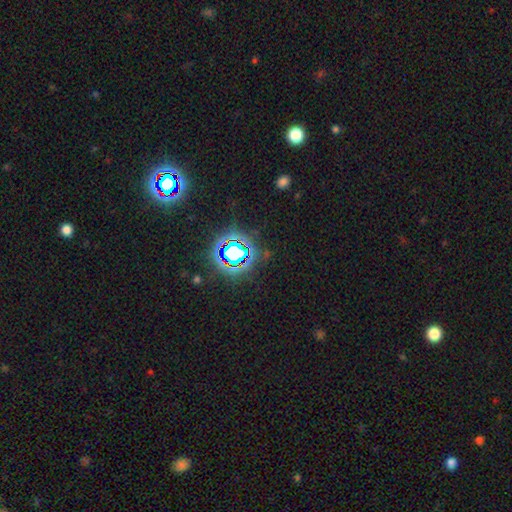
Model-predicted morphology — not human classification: smooth_or_featured: star or artifact (p=0.80) [alt: smooth p=0.13]